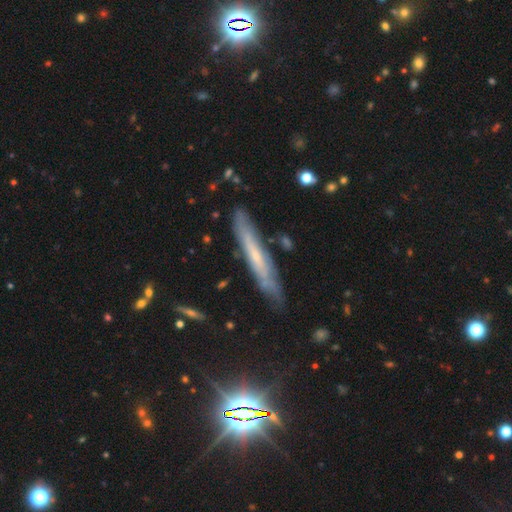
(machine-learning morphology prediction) This appears to be a featured or disk galaxy (58%) viewed edge-on (75%). Merging: none (78%).